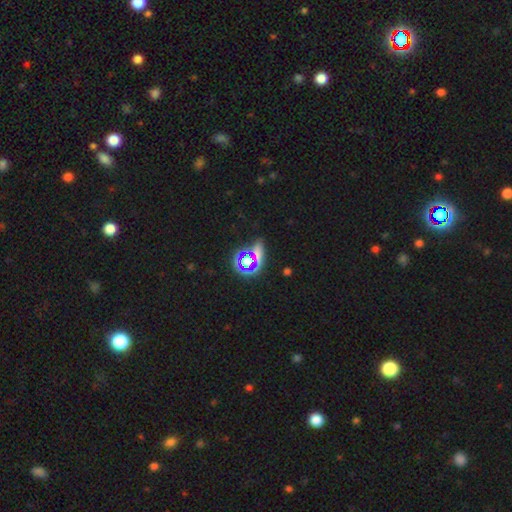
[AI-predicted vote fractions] This is possibly a star or artifact rather than a galaxy (54%).